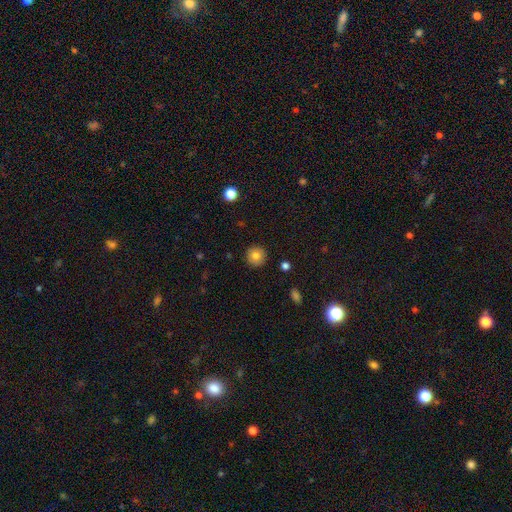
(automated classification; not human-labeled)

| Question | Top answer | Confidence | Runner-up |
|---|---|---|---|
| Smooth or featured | smooth | 80% | featured or disk (11%) |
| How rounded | round | 96% | in between (3%) |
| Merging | none | 92% | minor disturbance (6%) |